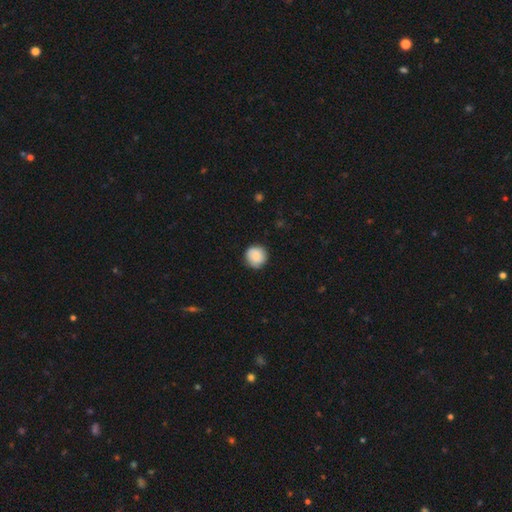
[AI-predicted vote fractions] smooth 82%, featured or disk 11%, star or artifact 7%. Down the decision tree: how rounded — round (94%); merging — none (86%).